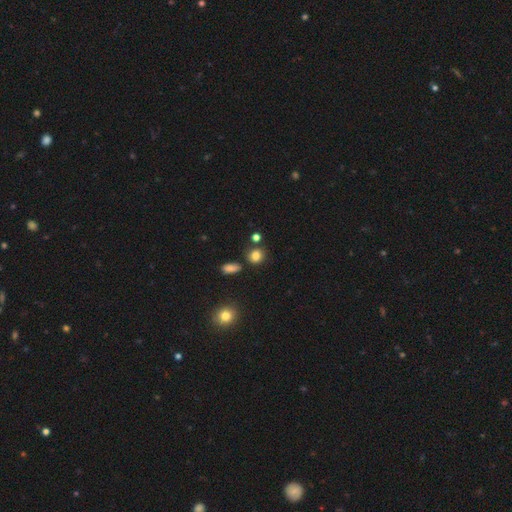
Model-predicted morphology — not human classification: A smooth galaxy with no disk features (82%) that is round (76%). Merging: none (77%).